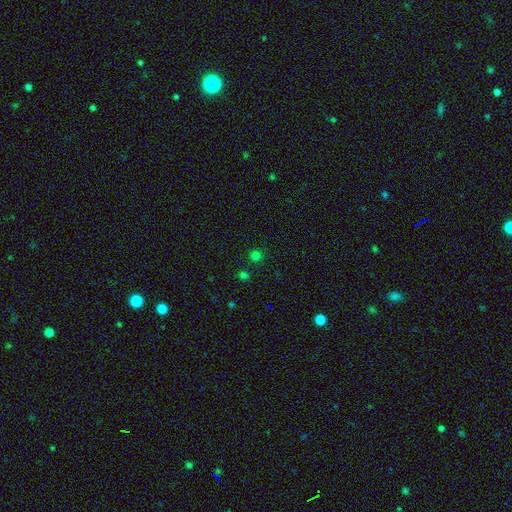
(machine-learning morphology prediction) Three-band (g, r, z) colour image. It shows a smooth galaxy with no disk features (70%) that is round (92%). Merging: none (84%).